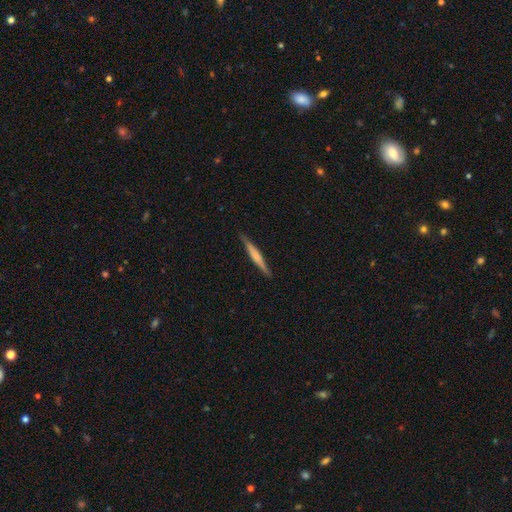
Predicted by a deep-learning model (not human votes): Overall: featured or disk (55%; smooth 40%). Edge-on disk: yes (98%). Edge-on bulge: rounded (38%; boxy 31%). Merging: none (89%).